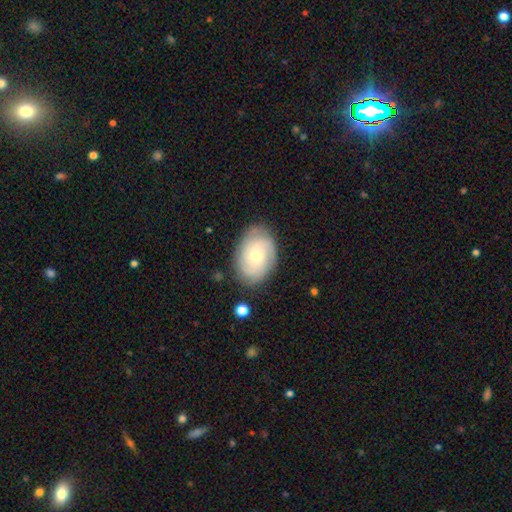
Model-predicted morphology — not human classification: Smooth or featured: featured or disk — 60% (smooth — 33%)
Edge-on disk: no — 95% (yes — 5%)
Bar: no — 80% (weak — 17%)
Spiral arms: yes — 85% (no — 15%)
Bulge size: small — 52% (moderate — 45%)
Merging: none — 79% (minor disturbance — 15%)